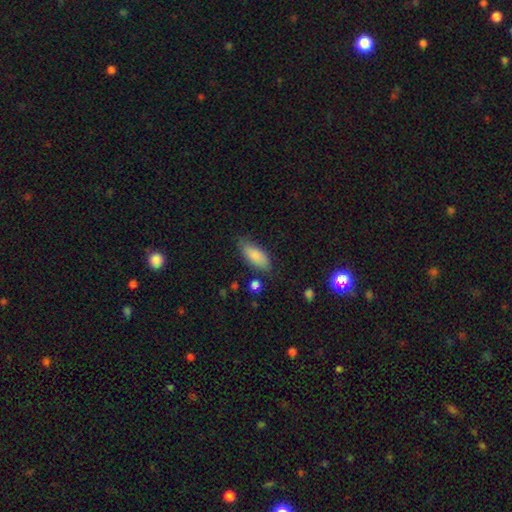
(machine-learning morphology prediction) smooth 85%, featured or disk 9%, star or artifact 6%. Down the decision tree: how rounded — in between (81%); merging — none (74%).